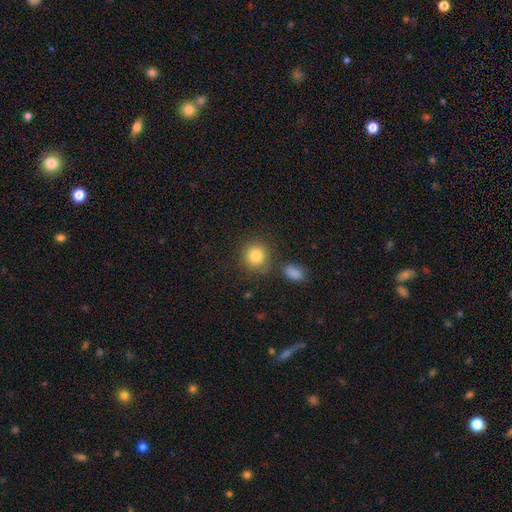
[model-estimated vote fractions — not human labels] smooth 84%, star or artifact 10%, featured or disk 7%. Down the decision tree: how rounded — round (87%); merging — none (77%).